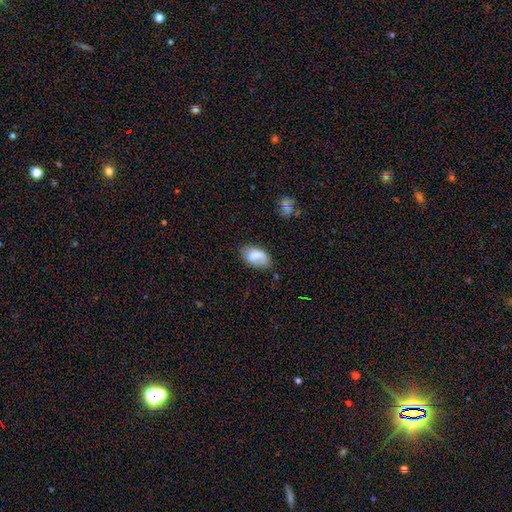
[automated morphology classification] smooth-or-featured: smooth: 74% | featured or disk: 17% | star or artifact: 8%
  how-rounded: in between: 92% | round: 7% | cigar-shaped: 2%
  merging: none: 54% | minor disturbance: 29% | major disturbance: 12% | merger: 5%